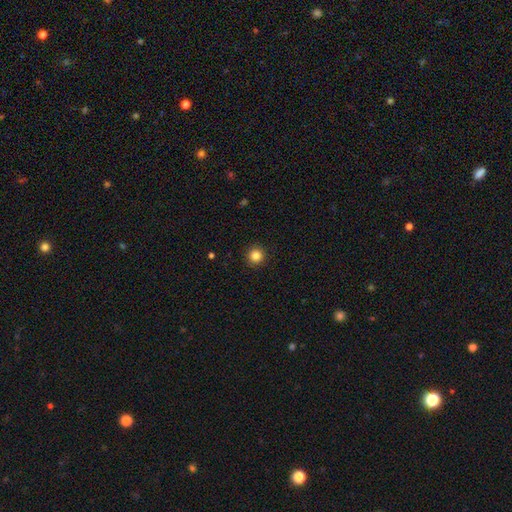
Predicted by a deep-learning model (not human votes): This appears to be a smooth galaxy with no disk features (84%) that is round (96%). Merging: none (93%).